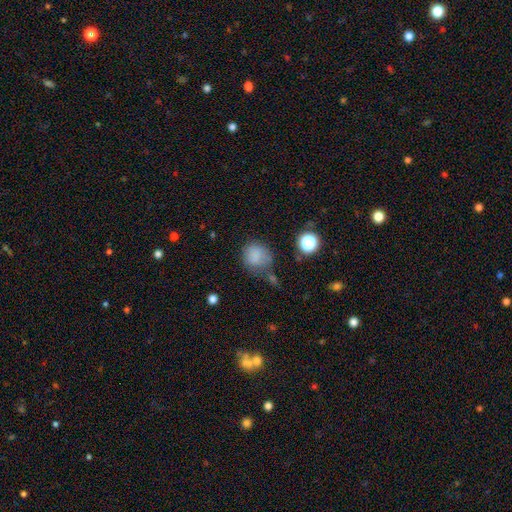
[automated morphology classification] smooth_or_featured: smooth (p=0.79) [alt: star or artifact p=0.13]
how_rounded: round (p=0.78) [alt: in between p=0.21]
merging: none (p=0.54) [alt: minor disturbance p=0.24]